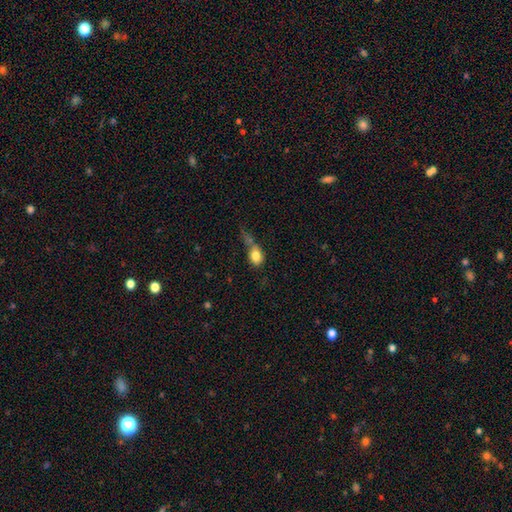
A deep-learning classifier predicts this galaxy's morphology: A smooth galaxy with no disk features (78%) that is in between round and cigar-shaped (65%).

Vote fractions:
- Smooth or featured? smooth: 78% / featured or disk: 13% / star or artifact: 9%
- How rounded? in between: 65% / round: 32% / cigar-shaped: 3%
- Merging? major disturbance: 28% / none: 26% / merger: 25% / minor disturbance: 21%